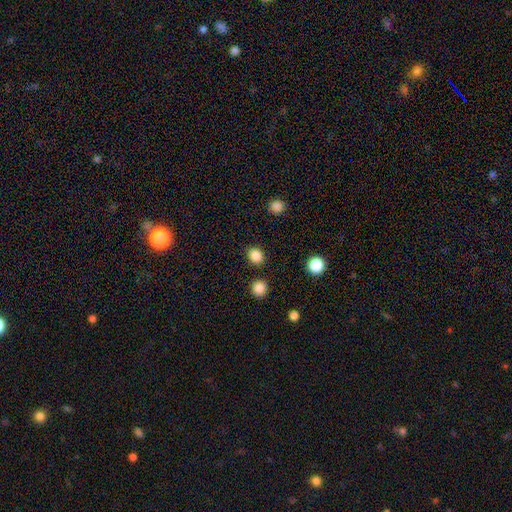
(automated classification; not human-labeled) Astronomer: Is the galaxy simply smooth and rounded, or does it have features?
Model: smooth — 85%.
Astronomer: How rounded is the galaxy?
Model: round — 72%.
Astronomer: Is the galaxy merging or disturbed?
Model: none — 88%.